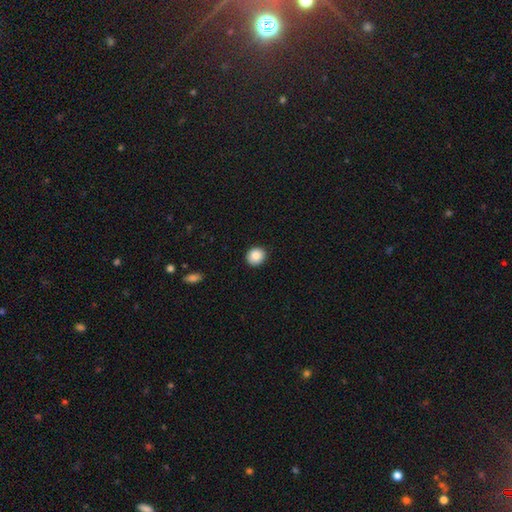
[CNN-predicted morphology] A smooth galaxy with no disk features (87%) that is round (87%).

Vote fractions:
- Smooth or featured? smooth: 87% / star or artifact: 9% / featured or disk: 4%
- How rounded? round: 87% / in between: 12% / cigar-shaped: 1%
- Merging? none: 91% / minor disturbance: 6% / major disturbance: 2% / merger: 1%